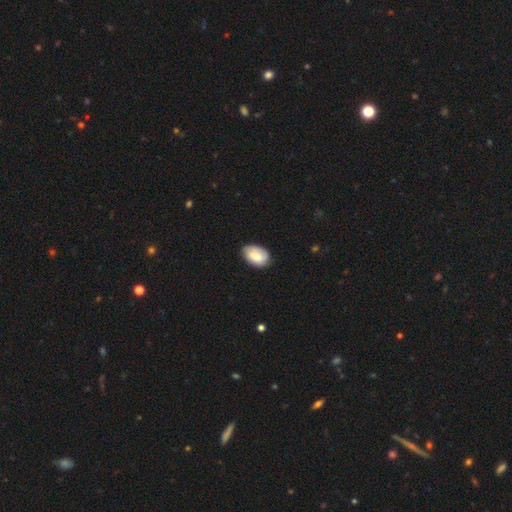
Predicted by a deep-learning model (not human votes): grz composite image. It shows a smooth galaxy with no disk features (75%) that is in between round and cigar-shaped (89%). Merging: none (78%).